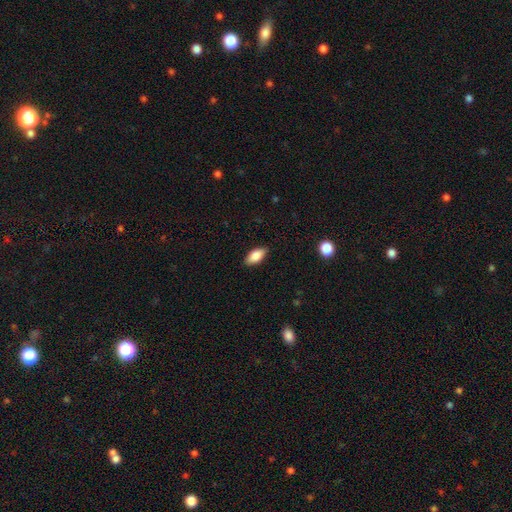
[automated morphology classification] A smooth galaxy with no disk features (85%) that is in between round and cigar-shaped (90%).

Vote fractions:
- Smooth or featured? smooth: 85% / featured or disk: 8% / star or artifact: 7%
- How rounded? in between: 90% / cigar-shaped: 8% / round: 3%
- Merging? none: 87% / minor disturbance: 10% / major disturbance: 2% / merger: 1%